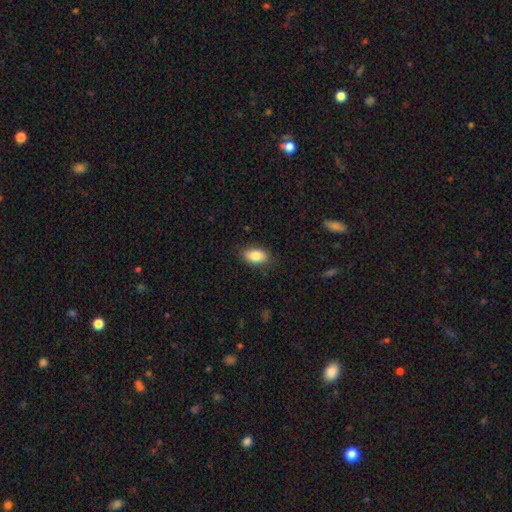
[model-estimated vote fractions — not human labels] Overall: smooth (84%). How rounded: in between (91%). Merging: none (85%).